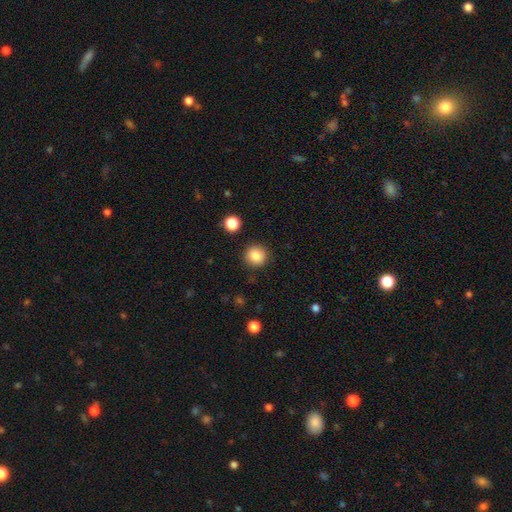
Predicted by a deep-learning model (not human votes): This is clearly a smooth galaxy (86%). How rounded: clearly round (92%). Merging: clearly none (90%).